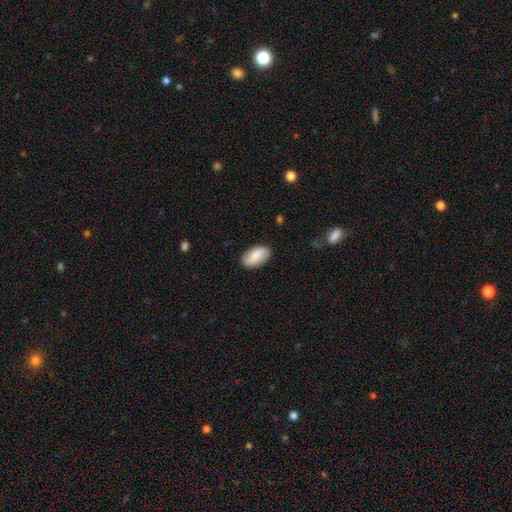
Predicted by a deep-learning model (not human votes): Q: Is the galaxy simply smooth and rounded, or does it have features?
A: smooth — 71%.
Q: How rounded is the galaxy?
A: in between — 94%.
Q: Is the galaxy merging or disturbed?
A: none — 84%.